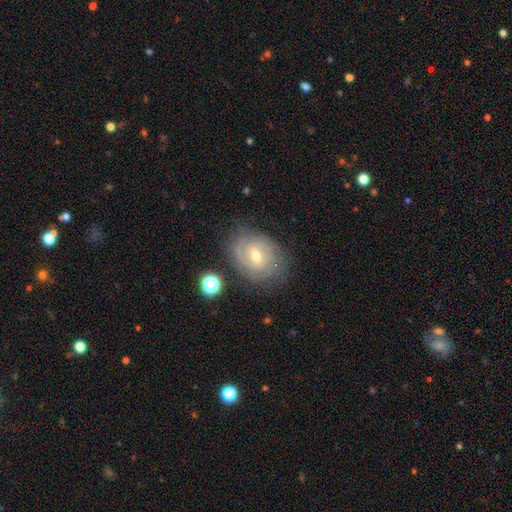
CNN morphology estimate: featured or disk 81%, smooth 12%, star or artifact 7%. Down the decision tree: edge-on disk — no (97%); bar — weak (59%); spiral arms — yes (94%); spiral arm count — 2 (37%); spiral winding — tight (70%); bulge size — moderate (51%); merging — none (77%).